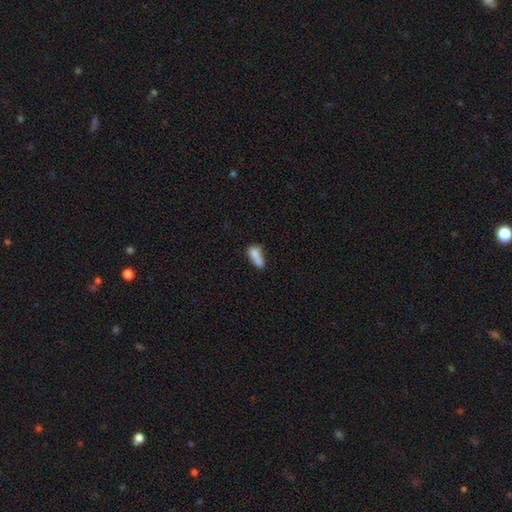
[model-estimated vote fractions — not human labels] Smooth or featured? Predicted: smooth (p=0.74). How rounded? Predicted: in between (p=0.73). Merging? Predicted: merger (p=0.45).